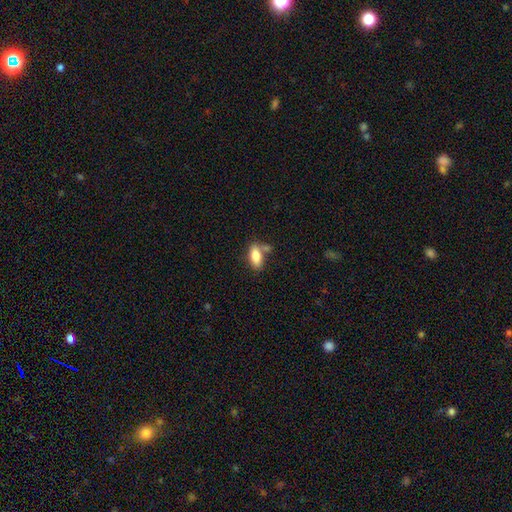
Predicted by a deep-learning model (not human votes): smooth_or_featured: smooth (p=0.82) [alt: featured or disk p=0.11]
how_rounded: in between (p=0.85) [alt: cigar-shaped p=0.12]
merging: none (p=0.59) [alt: merger p=0.19]